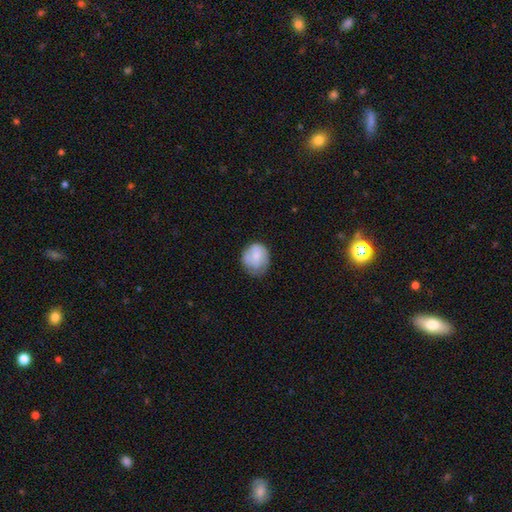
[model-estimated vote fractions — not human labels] smooth-or-featured: smooth: 70% | featured or disk: 23% | star or artifact: 7%
  how-rounded: round: 71% | in between: 28% | cigar-shaped: 1%
  merging: none: 57% | minor disturbance: 32% | major disturbance: 11% | merger: 1%